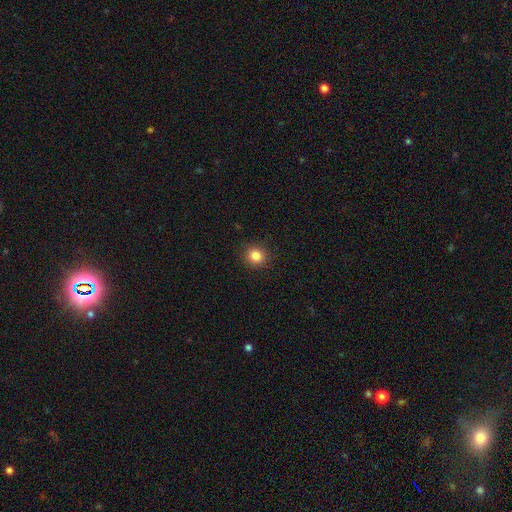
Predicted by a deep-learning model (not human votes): A smooth galaxy with no disk features (84%) that is round (91%). Merging: none (91%).